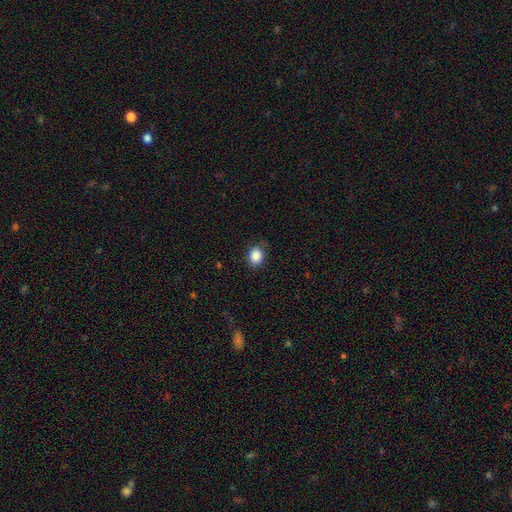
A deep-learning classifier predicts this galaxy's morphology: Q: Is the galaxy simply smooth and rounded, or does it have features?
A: smooth — 87%.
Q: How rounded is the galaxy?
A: round — 59%.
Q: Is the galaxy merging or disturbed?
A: none — 84%.